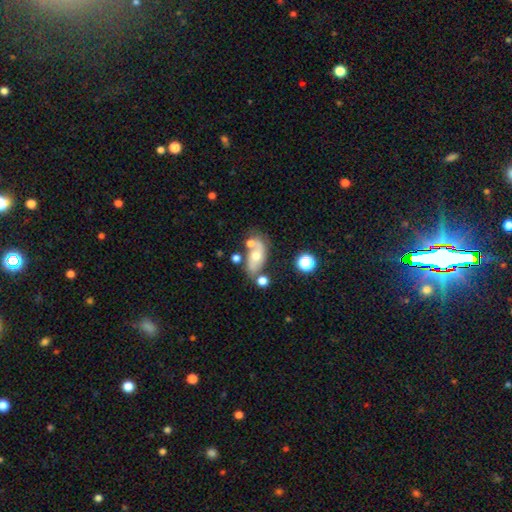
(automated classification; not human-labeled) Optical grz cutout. It shows a featured or disk galaxy (48%). Merging: none (50%).